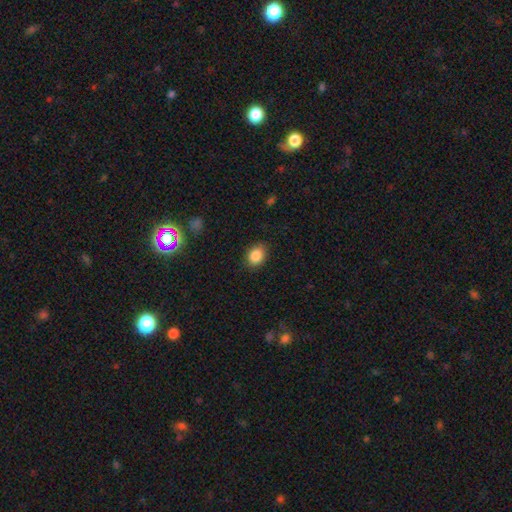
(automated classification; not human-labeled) This appears to be a smooth galaxy with no disk features (87%) that is in between round and cigar-shaped (70%). Merging: none (85%).